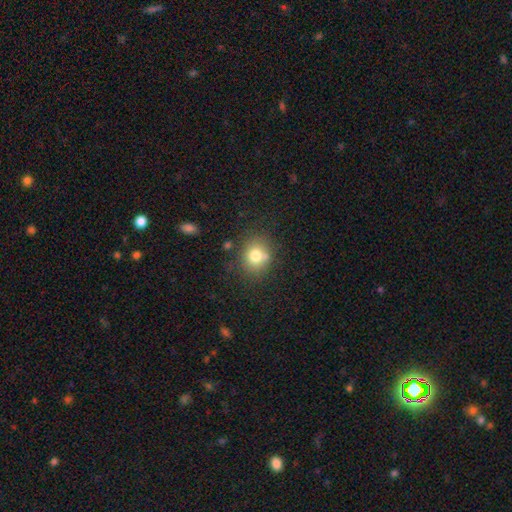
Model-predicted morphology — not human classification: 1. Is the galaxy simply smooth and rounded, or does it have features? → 75% smooth, 12% featured or disk, 12% star or artifact.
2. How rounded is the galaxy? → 69% round, 30% in between, 1% cigar-shaped.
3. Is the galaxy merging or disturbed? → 72% none, 13% minor disturbance, 11% merger, 4% major disturbance.